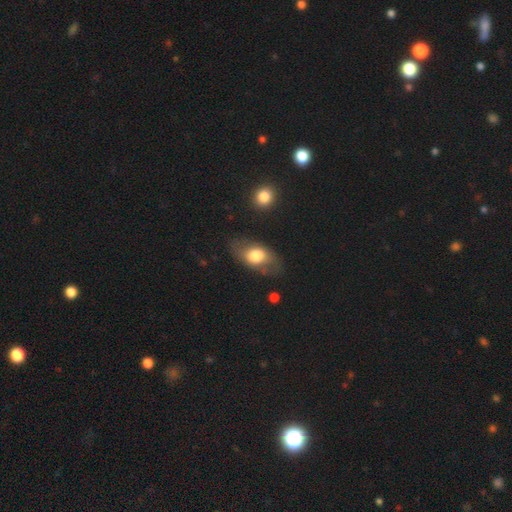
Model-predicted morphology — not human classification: This is likely a smooth galaxy (69%). How rounded: clearly in between (84%). Merging: likely none (68%).